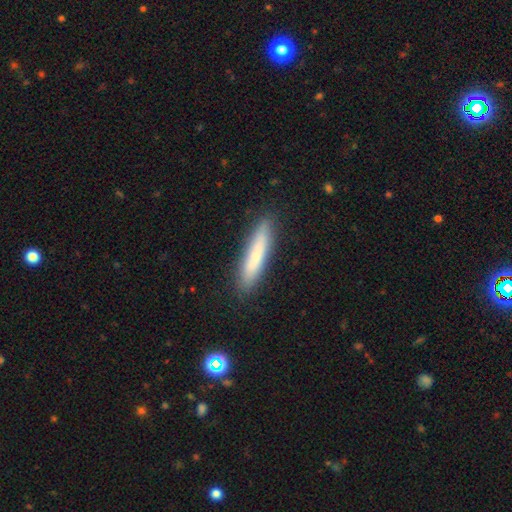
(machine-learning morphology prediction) Smooth or featured? Predicted: smooth (p=0.68). How rounded? Predicted: cigar-shaped (p=0.88). Merging? Predicted: none (p=0.87).